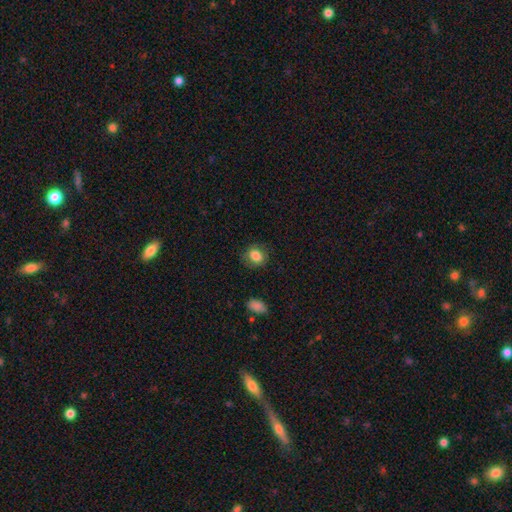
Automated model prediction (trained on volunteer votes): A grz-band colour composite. It shows a smooth galaxy with no disk features (82%) that is round (59%). Merging: none (77%).